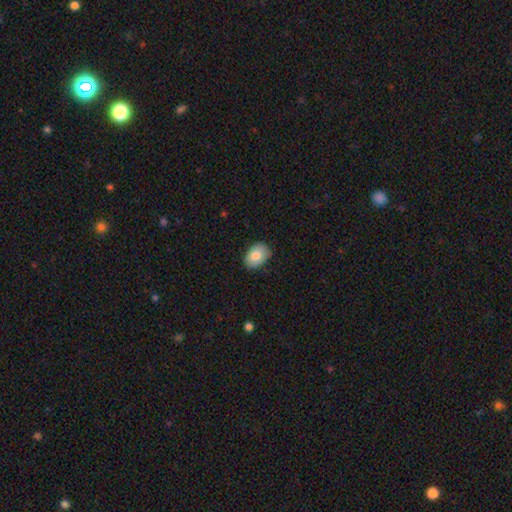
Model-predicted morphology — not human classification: smooth 81%, featured or disk 12%, star or artifact 7%. Down the decision tree: how rounded — in between (81%); merging — none (83%).